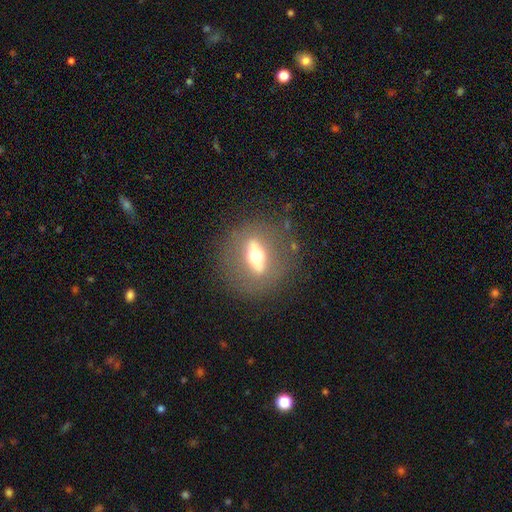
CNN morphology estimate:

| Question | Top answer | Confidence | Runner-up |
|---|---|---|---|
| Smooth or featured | featured or disk | 65% | smooth (26%) |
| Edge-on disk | yes | 54% | no (46%) |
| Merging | none | 81% | minor disturbance (10%) |